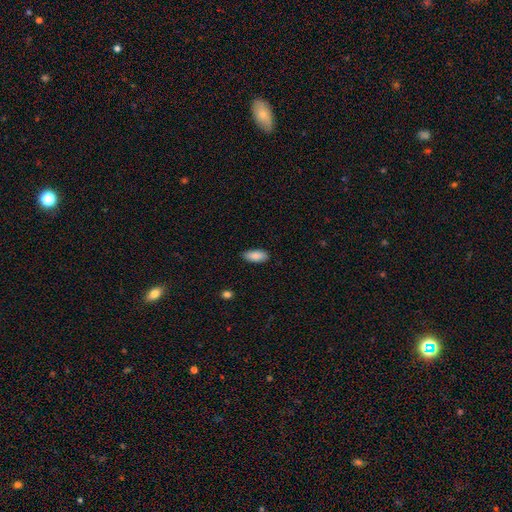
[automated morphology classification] type=smooth (89%); roundness=in between (87%); merging=none (86%).